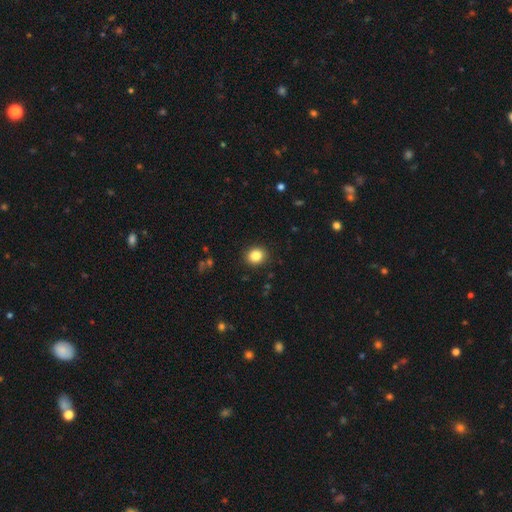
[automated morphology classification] smooth_or_featured: smooth (p=0.85) [alt: star or artifact p=0.10]
how_rounded: round (p=0.81) [alt: in between p=0.19]
merging: none (p=0.91) [alt: minor disturbance p=0.06]